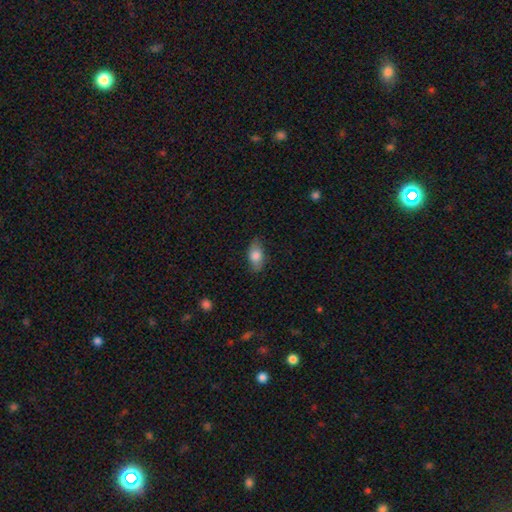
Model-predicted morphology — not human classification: smooth_or_featured: smooth (p=0.79) [alt: featured or disk p=0.14]
how_rounded: in between (p=0.88) [alt: round p=0.06]
merging: none (p=0.80) [alt: minor disturbance p=0.16]